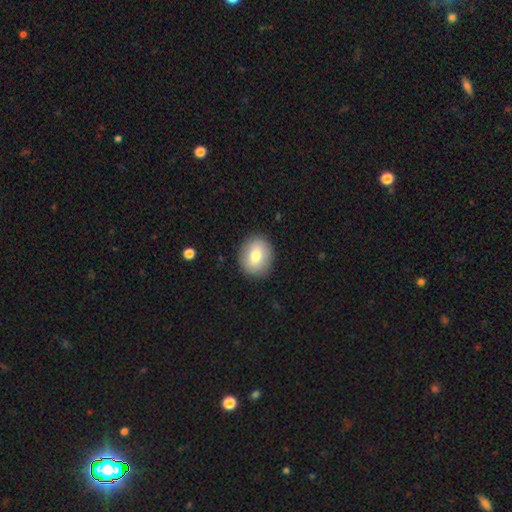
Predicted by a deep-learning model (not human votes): Smooth or featured: smooth — 77% (featured or disk — 15%)
How rounded: round — 62% (in between — 37%)
Merging: none — 87% (minor disturbance — 9%)